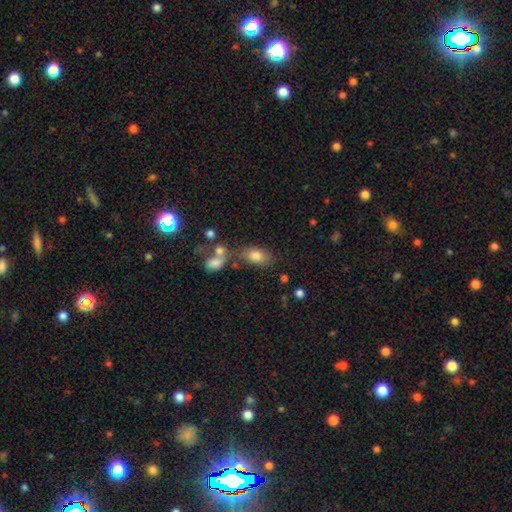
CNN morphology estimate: smooth 80%, featured or disk 10%, star or artifact 10%. Down the decision tree: how rounded — in between (89%); merging — none (59%).